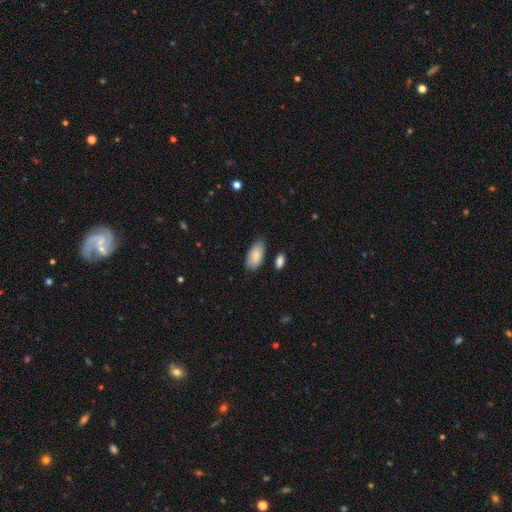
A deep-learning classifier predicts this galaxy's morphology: The model was most divided on "merging": none: 78%, minor disturbance: 15%, merger: 4%, major disturbance: 3%. More confident: how rounded — in between (94%); smooth or featured — smooth (85%).